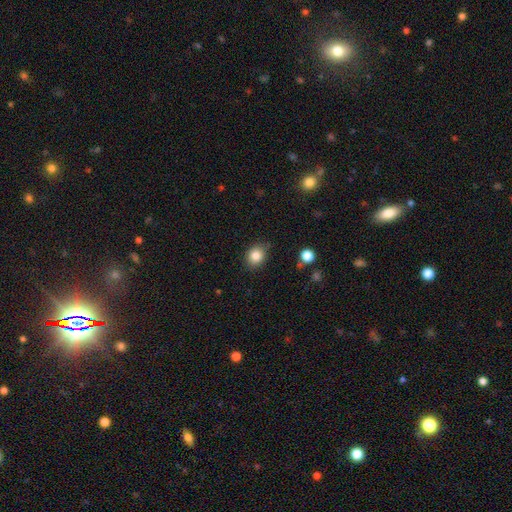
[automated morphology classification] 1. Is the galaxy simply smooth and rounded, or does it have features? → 84% smooth, 10% star or artifact, 6% featured or disk.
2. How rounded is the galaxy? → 58% round, 41% in between, 1% cigar-shaped.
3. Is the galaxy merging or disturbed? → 78% none, 17% minor disturbance, 3% major disturbance, 2% merger.